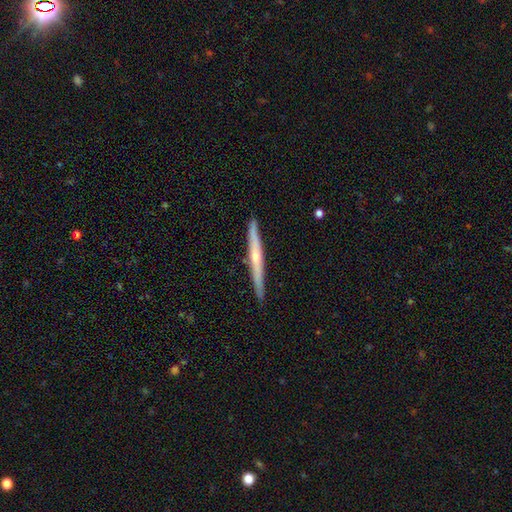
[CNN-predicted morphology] featured or disk 66%, smooth 28%, star or artifact 5%. Down the decision tree: edge-on disk — yes (97%); edge-on bulge — rounded (66%); merging — none (91%).